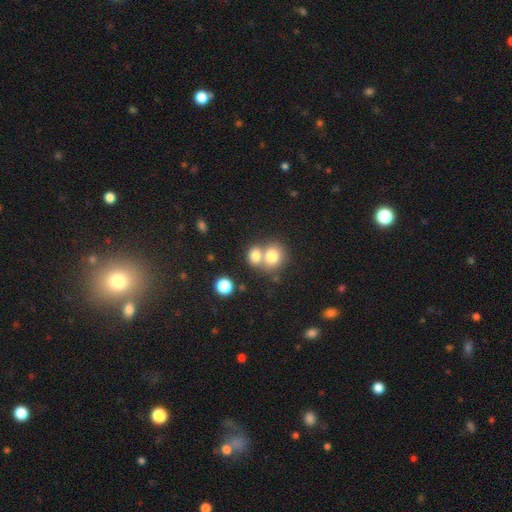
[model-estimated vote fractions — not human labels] Morphology: type=smooth (77%); roundness=round (67%); merging=merger (57%).